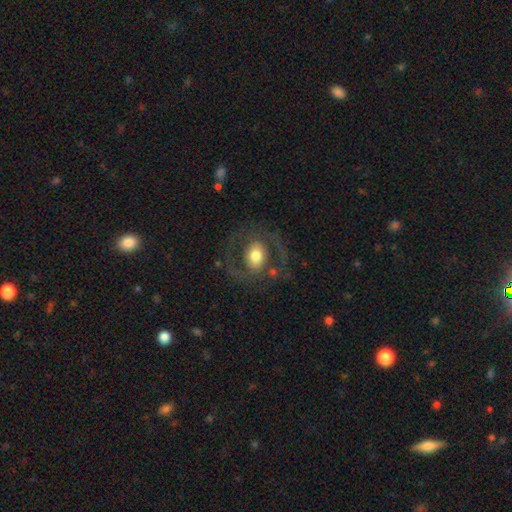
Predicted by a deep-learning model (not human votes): The model was most divided on "bar": no: 52%, weak: 32%, strong: 16%. More confident: edge-on disk — no (96%); spiral arms — yes (71%); merging — none (70%); smooth or featured — featured or disk (65%); bulge size — moderate (58%).